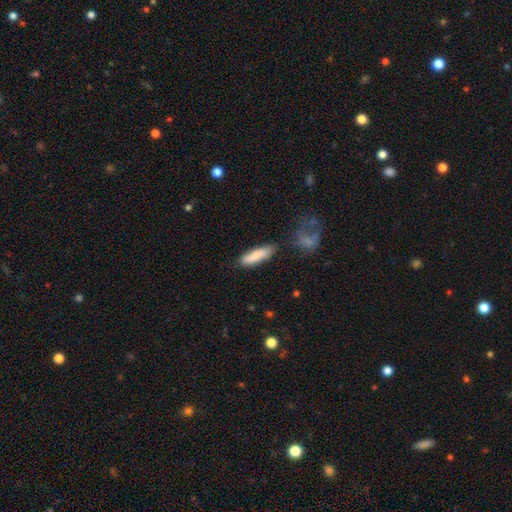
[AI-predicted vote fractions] The model was most divided on "how rounded": cigar-shaped: 61%, in between: 37%, round: 2%. More confident: smooth or featured — smooth (83%); merging — none (74%).